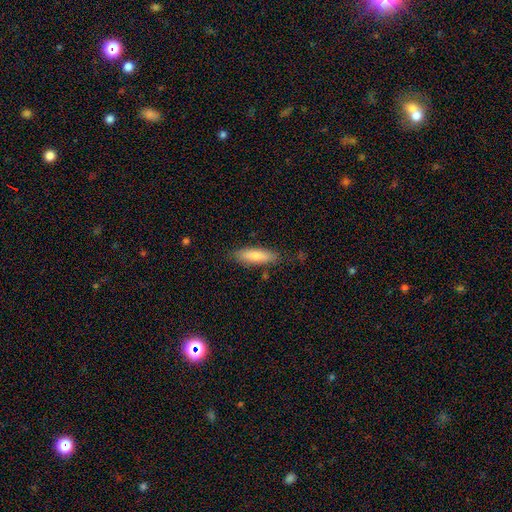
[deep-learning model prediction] smooth_or_featured: smooth (p=0.80) [alt: featured or disk p=0.14]
how_rounded: cigar-shaped (p=0.55) [alt: in between p=0.43]
merging: none (p=0.81) [alt: minor disturbance p=0.14]